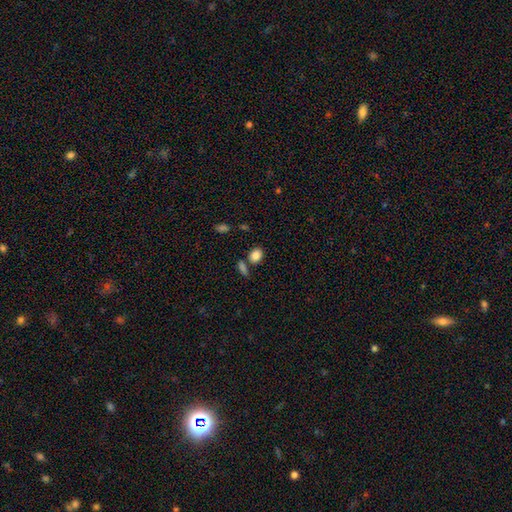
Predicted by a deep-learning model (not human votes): Smooth or featured? smooth (85%)
How rounded? in between (58%)
Merging? none (70%)